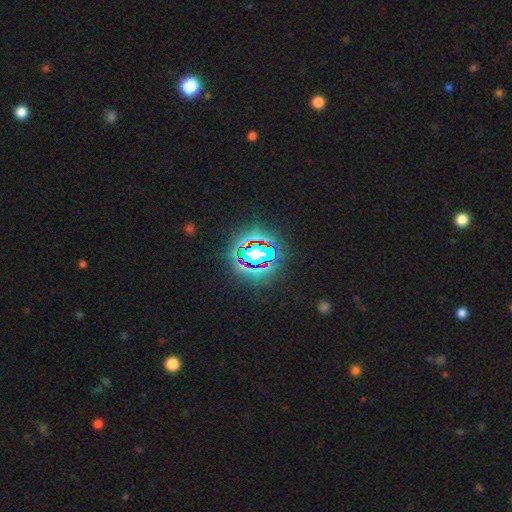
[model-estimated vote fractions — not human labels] A star or artifact, not a galaxy (76%).